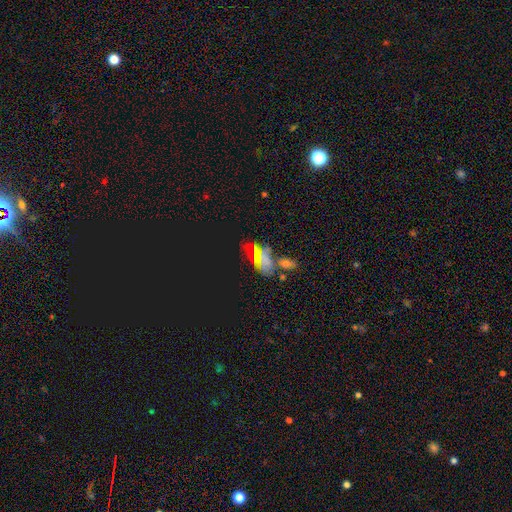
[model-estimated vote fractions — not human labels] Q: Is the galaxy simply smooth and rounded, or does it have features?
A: star or artifact — 54%.